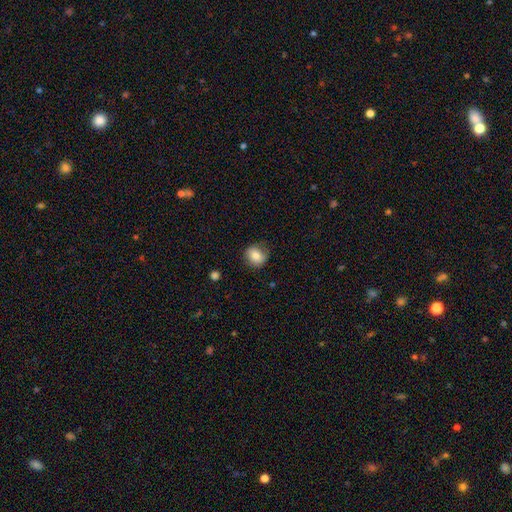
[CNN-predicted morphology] This is likely a smooth galaxy (78%). How rounded: likely round (74%). Merging: likely none (79%).